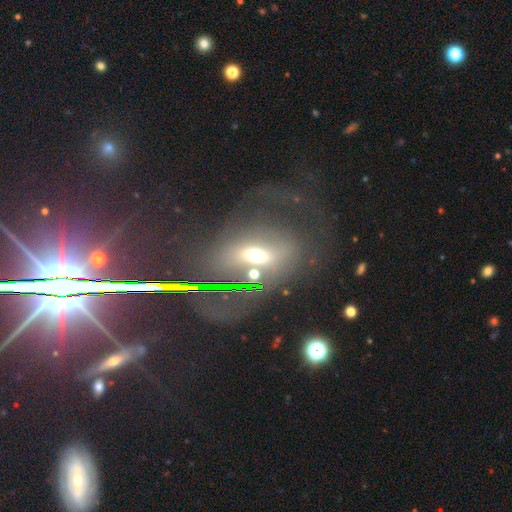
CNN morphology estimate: Overall: featured or disk (43%; smooth 37%). Merging: none (43%; major disturbance 31%).